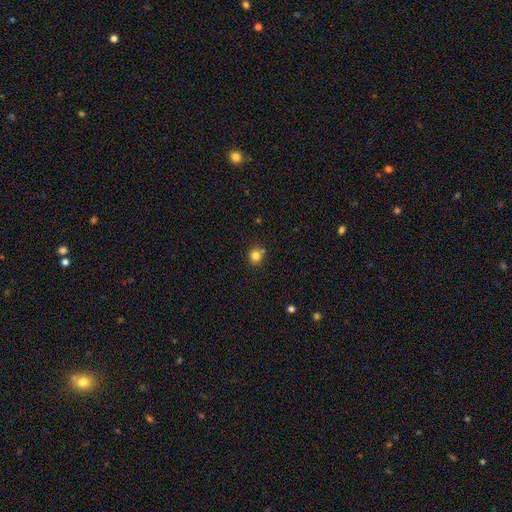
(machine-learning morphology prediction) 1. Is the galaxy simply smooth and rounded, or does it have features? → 81% smooth, 13% star or artifact, 6% featured or disk.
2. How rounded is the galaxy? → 87% round, 12% in between, 1% cigar-shaped.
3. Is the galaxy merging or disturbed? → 77% none, 12% merger, 9% minor disturbance, 2% major disturbance.